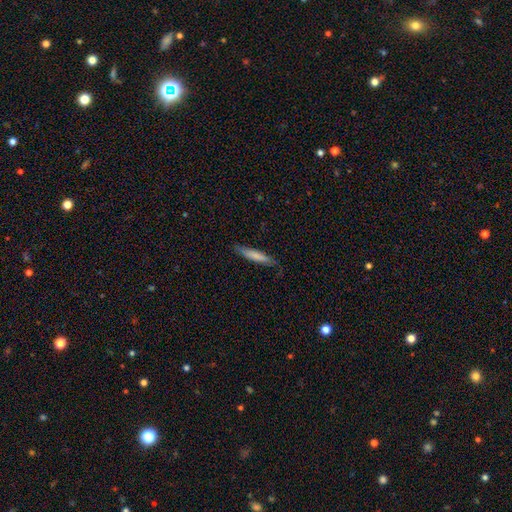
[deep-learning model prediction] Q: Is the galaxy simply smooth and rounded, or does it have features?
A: smooth — 72%.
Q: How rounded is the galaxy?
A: cigar-shaped — 91%.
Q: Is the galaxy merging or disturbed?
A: none — 81%.